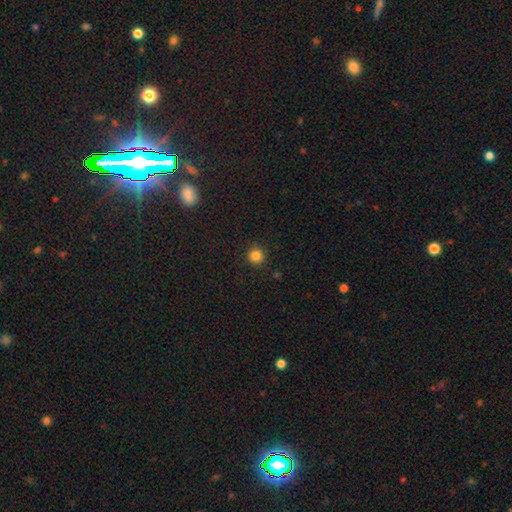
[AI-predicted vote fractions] A smooth galaxy with no disk features (84%) that is round (94%).

Vote fractions:
- Smooth or featured? smooth: 84% / star or artifact: 12% / featured or disk: 4%
- How rounded? round: 94% / in between: 5% / cigar-shaped: 1%
- Merging? none: 91% / minor disturbance: 6% / major disturbance: 2% / merger: 1%